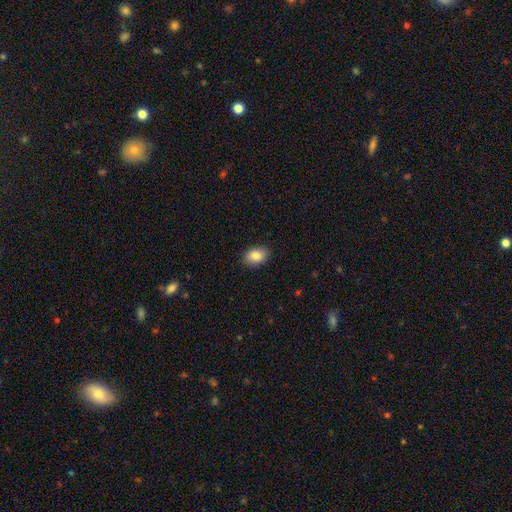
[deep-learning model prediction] A smooth galaxy with no disk features (86%) that is in between round and cigar-shaped (83%). Merging: none (89%).